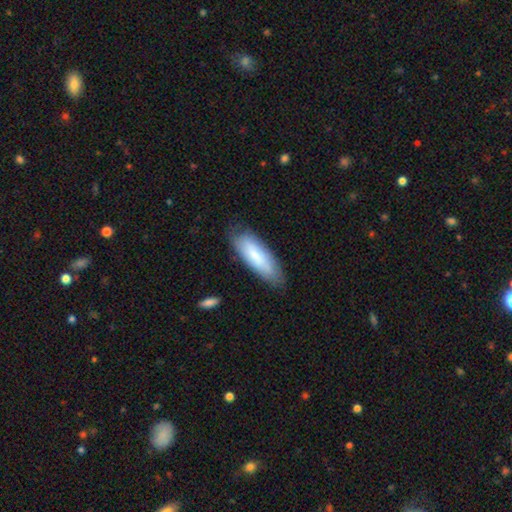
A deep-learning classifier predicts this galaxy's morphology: Smooth or featured: smooth — 72% (featured or disk — 23%)
How rounded: in between — 57% (cigar-shaped — 42%)
Merging: none — 76% (minor disturbance — 19%)